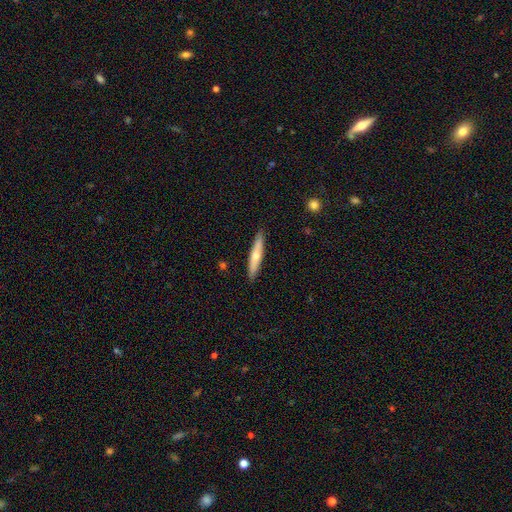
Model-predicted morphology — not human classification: smooth-or-featured: smooth: 56% | featured or disk: 38% | star or artifact: 5%
  how-rounded: cigar-shaped: 90% | in between: 9% | round: 1%
  merging: none: 89% | minor disturbance: 8% | major disturbance: 1% | merger: 1%